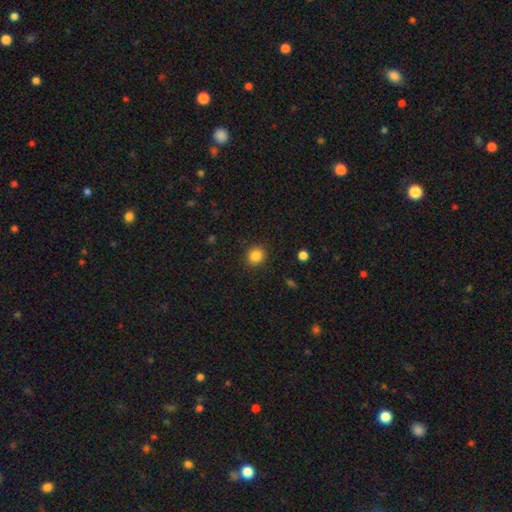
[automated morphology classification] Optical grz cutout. It shows a smooth galaxy with no disk features (85%) that is round (78%). Merging: none (89%).